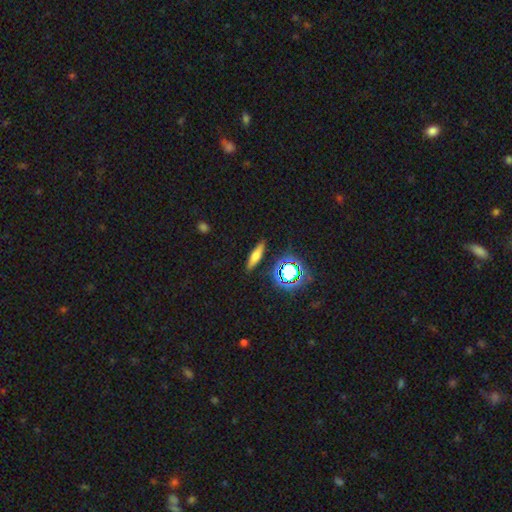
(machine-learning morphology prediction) Smooth or featured: smooth — 62% (featured or disk — 22%)
How rounded: cigar-shaped — 66% (in between — 29%)
Merging: none — 86% (minor disturbance — 9%)